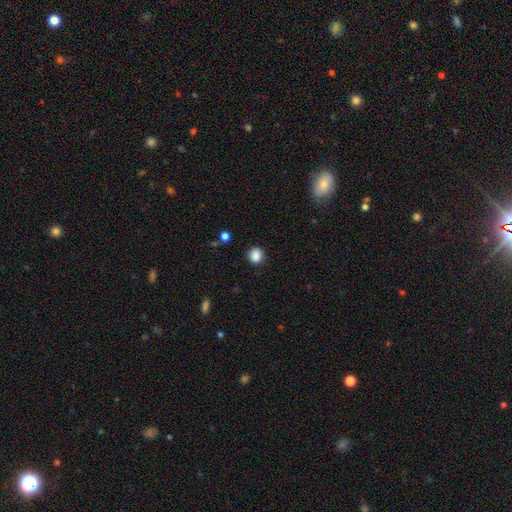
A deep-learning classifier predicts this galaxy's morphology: Smooth or featured? smooth (87%)
How rounded? round (87%)
Merging? none (88%)